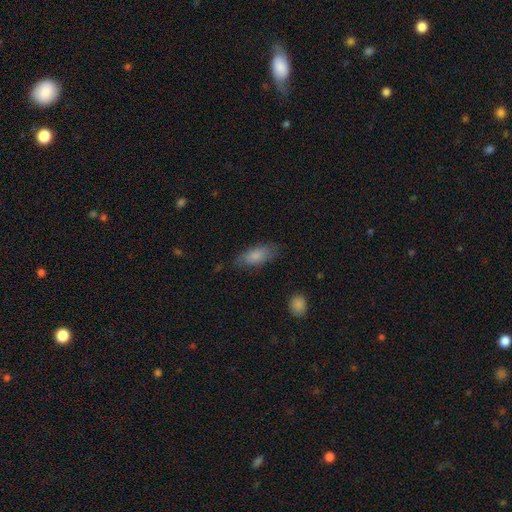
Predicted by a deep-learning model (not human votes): Smooth or featured? Predicted: smooth (p=0.82). How rounded? Predicted: in between (p=0.81). Merging? Predicted: none (p=0.77).